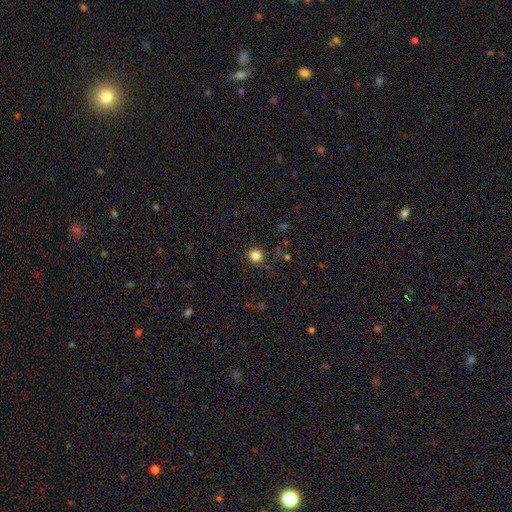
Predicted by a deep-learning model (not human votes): smooth-or-featured: smooth: 83% | star or artifact: 13% | featured or disk: 4%
  how-rounded: round: 94% | in between: 5% | cigar-shaped: 1%
  merging: none: 89% | minor disturbance: 7% | major disturbance: 2% | merger: 2%